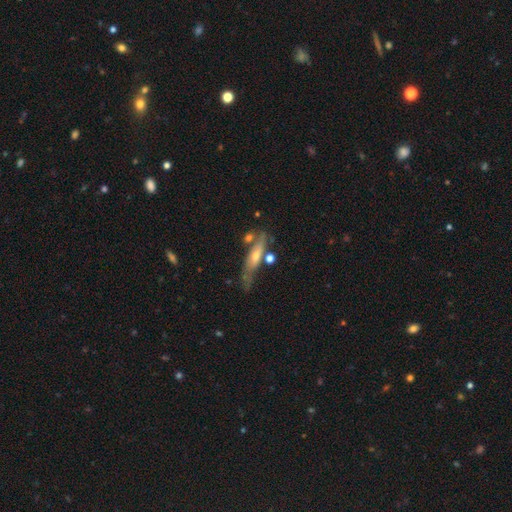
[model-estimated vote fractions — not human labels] Smooth or featured: featured or disk — 56% (smooth — 36%)
Edge-on disk: yes — 63% (no — 37%)
Merging: none — 52% (minor disturbance — 24%)